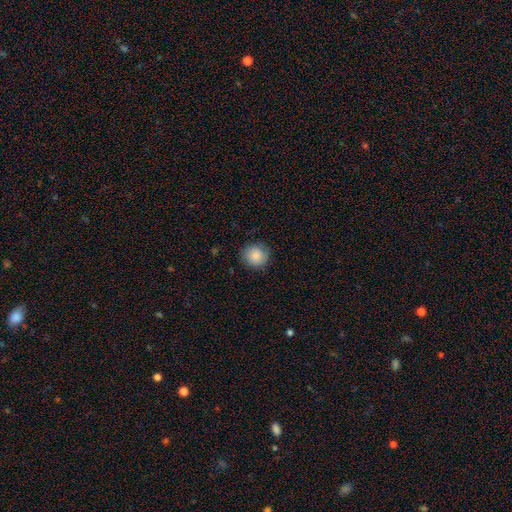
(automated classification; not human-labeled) smooth-or-featured: smooth: 87% | star or artifact: 8% | featured or disk: 5%
  how-rounded: round: 91% | in between: 8% | cigar-shaped: 1%
  merging: none: 86% | minor disturbance: 10% | major disturbance: 3% | merger: 1%